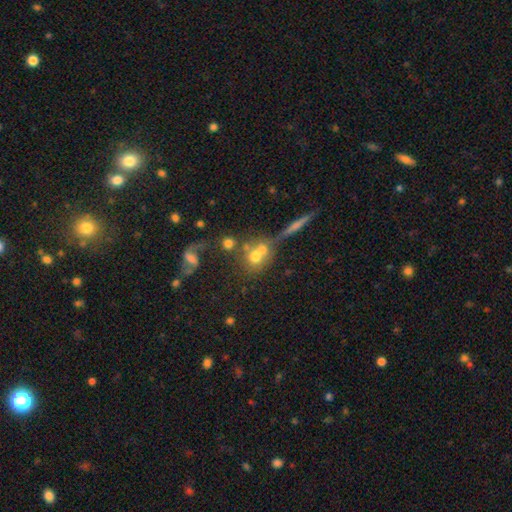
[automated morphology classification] Q: Smooth or featured?
A: smooth (57%); runner-up: featured or disk (28%)
Q: How rounded?
A: round (75%); runner-up: in between (21%)
Q: Merging?
A: merger (44%); runner-up: none (39%)